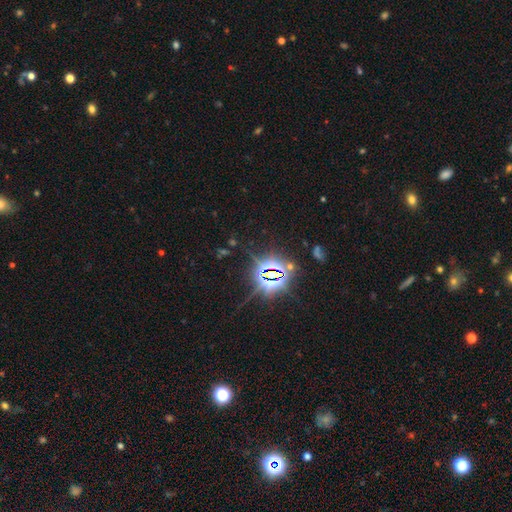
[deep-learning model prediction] Smooth or featured? star or artifact (83%)